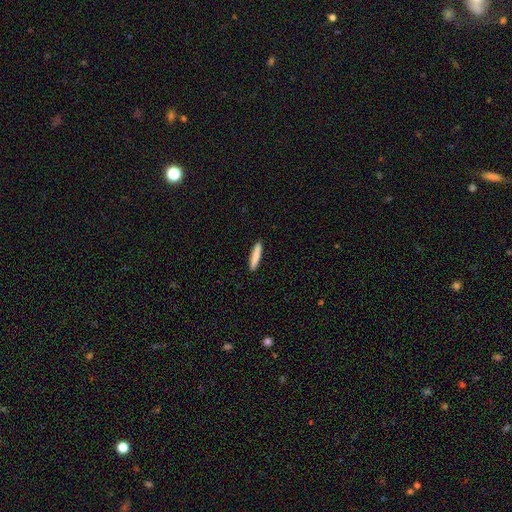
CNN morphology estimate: Smooth or featured: smooth — 86% (featured or disk — 9%)
How rounded: cigar-shaped — 90% (in between — 9%)
Merging: none — 92% (minor disturbance — 6%)